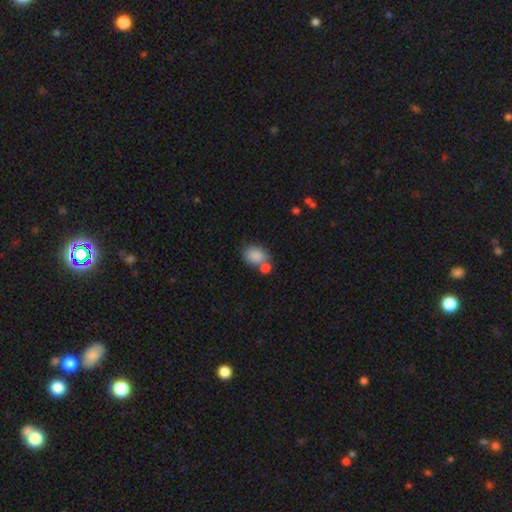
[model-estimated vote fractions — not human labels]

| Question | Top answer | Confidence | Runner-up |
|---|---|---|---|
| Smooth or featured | smooth | 85% | star or artifact (8%) |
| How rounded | in between | 65% | round (34%) |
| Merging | none | 51% | merger (31%) |